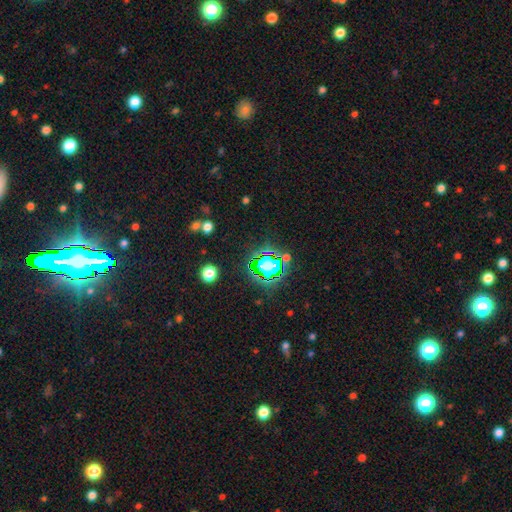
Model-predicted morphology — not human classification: Smooth or featured? Predicted: star or artifact (p=0.80).